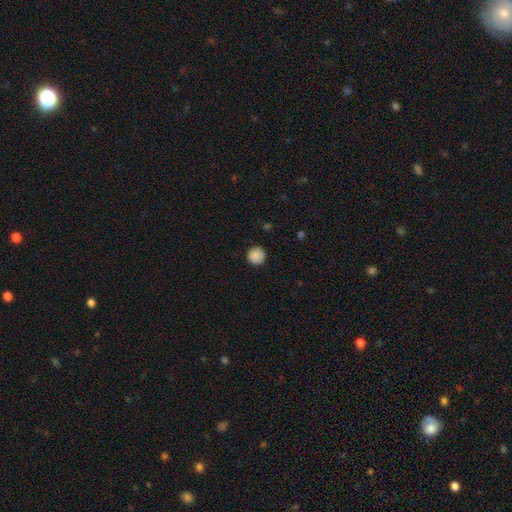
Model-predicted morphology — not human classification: This appears to be a smooth galaxy with no disk features (87%) that is round (93%). Merging: none (85%).